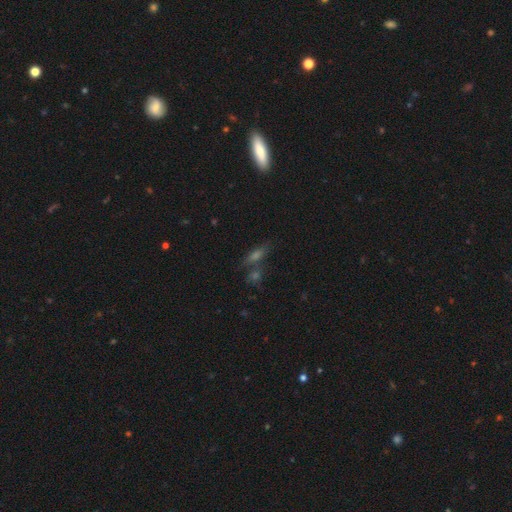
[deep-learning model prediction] Morphology: type=smooth (47%); merging=none (60%).